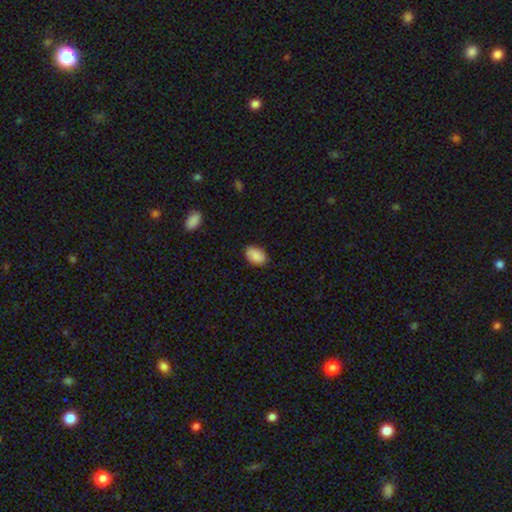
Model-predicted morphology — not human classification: Smooth or featured: smooth — 89% (star or artifact — 7%)
How rounded: in between — 88% (round — 11%)
Merging: none — 82% (minor disturbance — 14%)